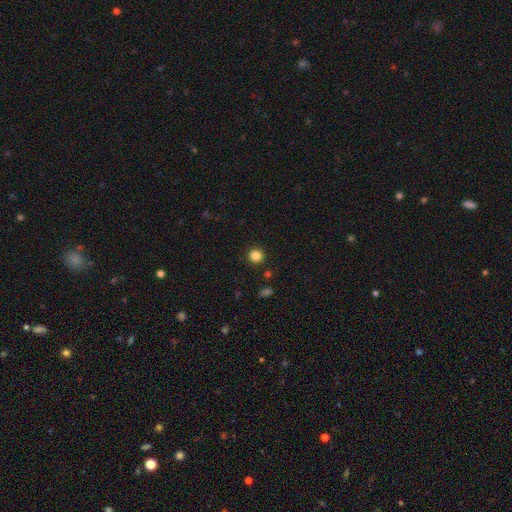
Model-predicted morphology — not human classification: The model was most divided on "smooth or featured": smooth: 83%, star or artifact: 12%, featured or disk: 4%. More confident: how rounded — round (95%); merging — none (92%).